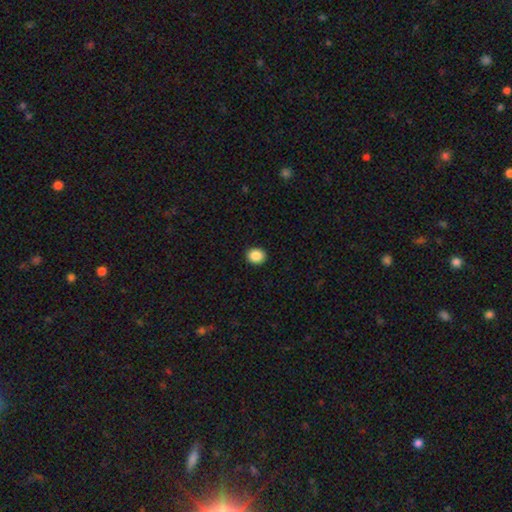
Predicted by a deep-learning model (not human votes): This appears to be a smooth galaxy with no disk features (88%) that is round (73%). Merging: none (92%).